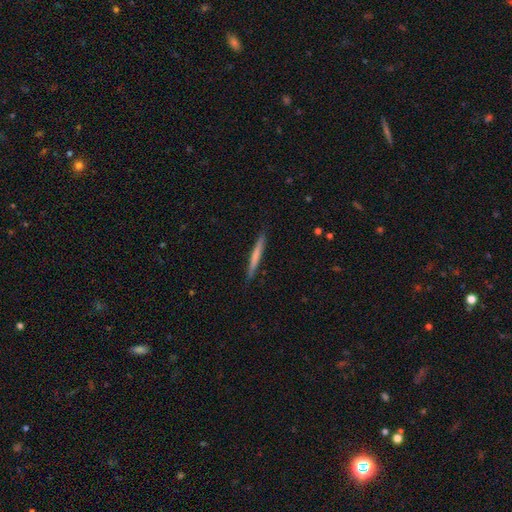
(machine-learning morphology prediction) This appears to be a smooth galaxy with no disk features (62%) that is cigar-shaped (97%). Merging: none (89%).